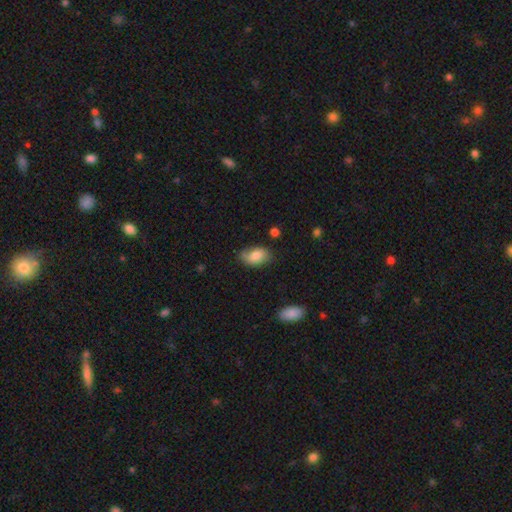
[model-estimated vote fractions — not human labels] This is likely a smooth galaxy (78%). How rounded: clearly in between (91%). Merging: likely none (67%).